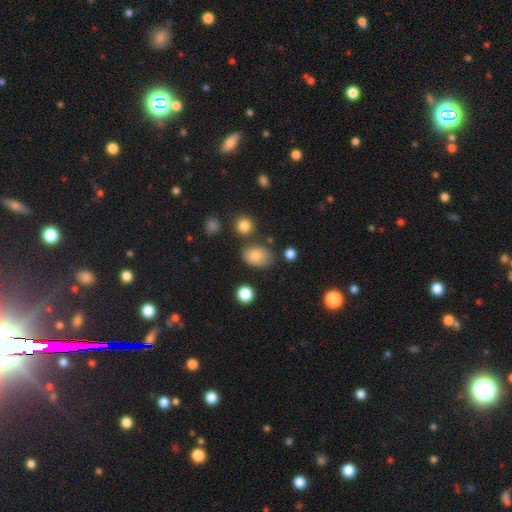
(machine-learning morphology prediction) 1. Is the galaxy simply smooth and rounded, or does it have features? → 80% smooth, 11% featured or disk, 10% star or artifact.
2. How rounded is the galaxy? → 76% in between, 23% round, 1% cigar-shaped.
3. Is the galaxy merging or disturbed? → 71% none, 18% minor disturbance, 6% merger, 5% major disturbance.